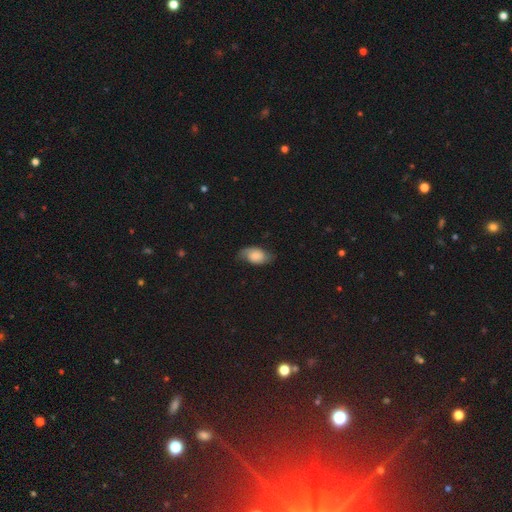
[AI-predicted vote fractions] A smooth galaxy with no disk features (58%) that is in between round and cigar-shaped (89%).

Vote fractions:
- Smooth or featured? smooth: 58% / featured or disk: 33% / star or artifact: 9%
- How rounded? in between: 89% / round: 8% / cigar-shaped: 2%
- Merging? none: 67% / minor disturbance: 24% / major disturbance: 8% / merger: 1%